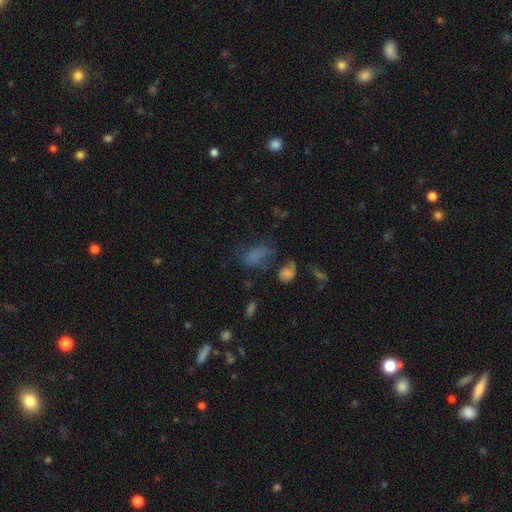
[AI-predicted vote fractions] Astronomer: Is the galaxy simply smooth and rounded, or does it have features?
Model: smooth — 64%.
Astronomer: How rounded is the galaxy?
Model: in between — 80%.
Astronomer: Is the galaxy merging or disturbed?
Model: none — 40% (runner-up: major disturbance, 28%).